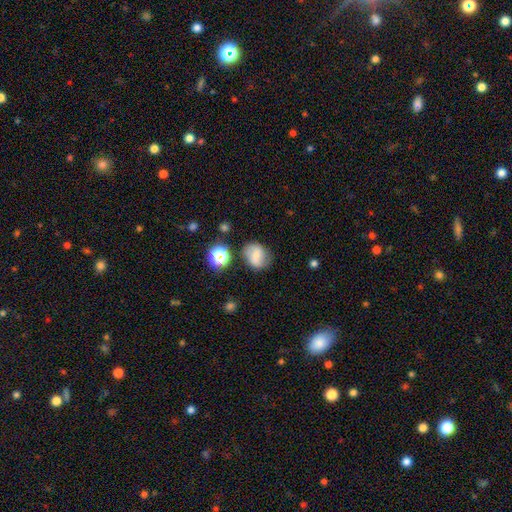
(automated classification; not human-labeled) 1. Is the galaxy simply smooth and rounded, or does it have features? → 61% smooth, 25% featured or disk, 14% star or artifact.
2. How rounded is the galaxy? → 52% round, 47% in between, 1% cigar-shaped.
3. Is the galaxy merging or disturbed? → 67% none, 21% minor disturbance, 7% major disturbance, 4% merger.